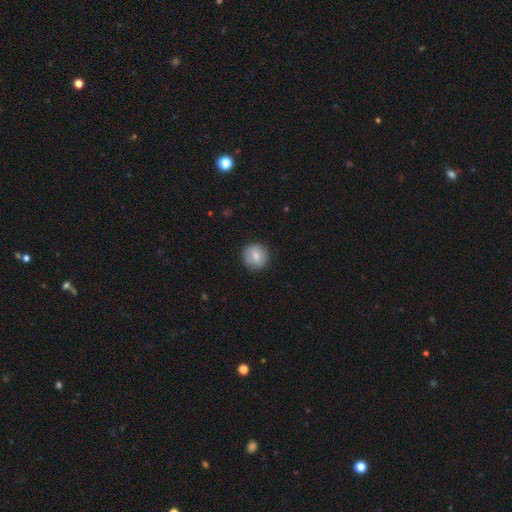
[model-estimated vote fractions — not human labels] Smooth or featured: smooth — 76% (featured or disk — 17%)
How rounded: round — 93% (in between — 6%)
Merging: none — 89% (minor disturbance — 8%)